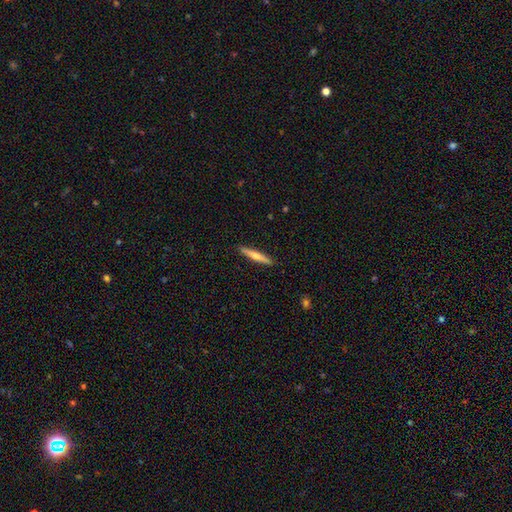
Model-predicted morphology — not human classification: Smooth or featured? featured or disk (54%)
Edge-on disk? yes (97%)
Edge-on bulge? rounded (81%)
Merging? none (91%)